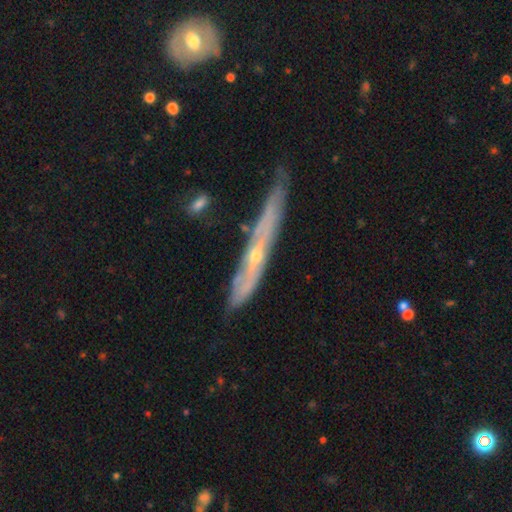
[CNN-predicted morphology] Smooth or featured?
  - featured or disk: 70% *
  - smooth: 23%
  - star or artifact: 8%
Edge-on disk?
  - yes: 80% *
  - no: 20%
Edge-on bulge?
  - rounded: 56% *
  - none: 41%
  - boxy: 3%
Merging?
  - none: 63% *
  - minor disturbance: 27%
  - major disturbance: 6%
  - merger: 4%